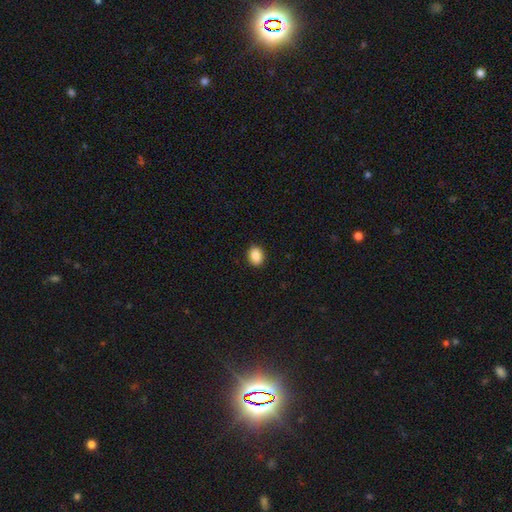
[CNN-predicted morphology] This appears to be a smooth galaxy with no disk features (89%) that is in between round and cigar-shaped (65%). Merging: none (91%).